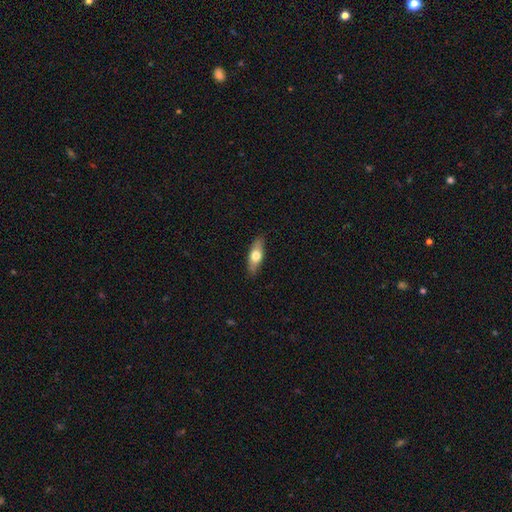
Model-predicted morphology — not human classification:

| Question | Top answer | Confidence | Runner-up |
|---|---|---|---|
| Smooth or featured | smooth | 60% | featured or disk (34%) |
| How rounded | in between | 61% | cigar-shaped (35%) |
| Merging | none | 88% | minor disturbance (9%) |